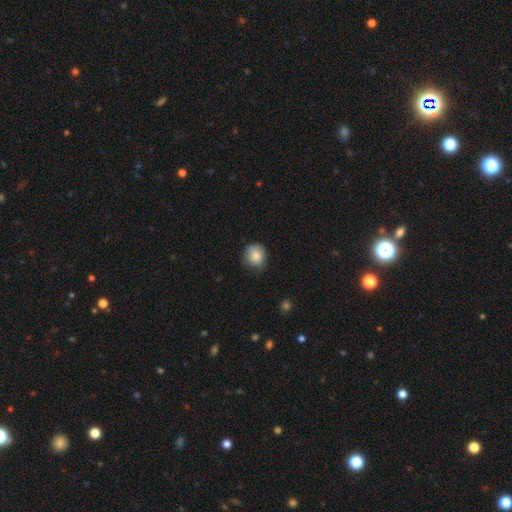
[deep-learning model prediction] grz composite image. It shows a smooth galaxy with no disk features (83%) that is round (81%). Merging: none (66%).